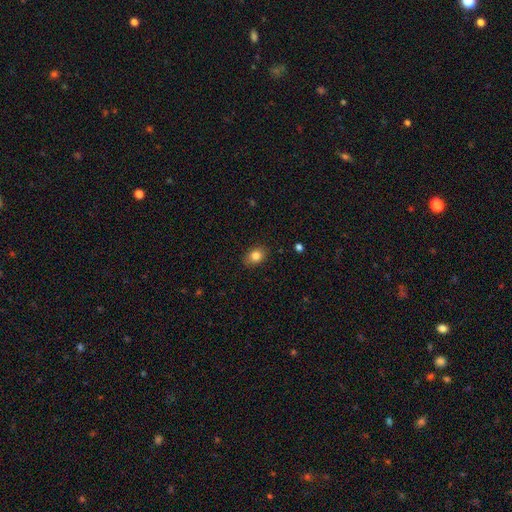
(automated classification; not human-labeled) This is clearly a smooth galaxy (83%). How rounded: likely in between (63%). Merging: clearly none (85%).